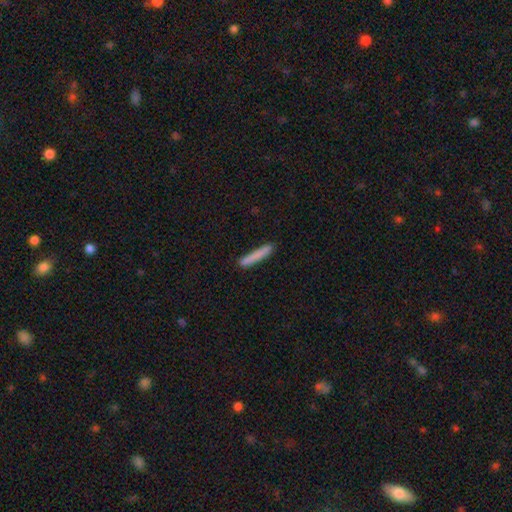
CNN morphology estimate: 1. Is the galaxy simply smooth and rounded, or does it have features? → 82% smooth, 12% featured or disk, 6% star or artifact.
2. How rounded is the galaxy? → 95% cigar-shaped, 4% in between, 1% round.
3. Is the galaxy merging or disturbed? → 88% none, 9% minor disturbance, 2% major disturbance, 2% merger.